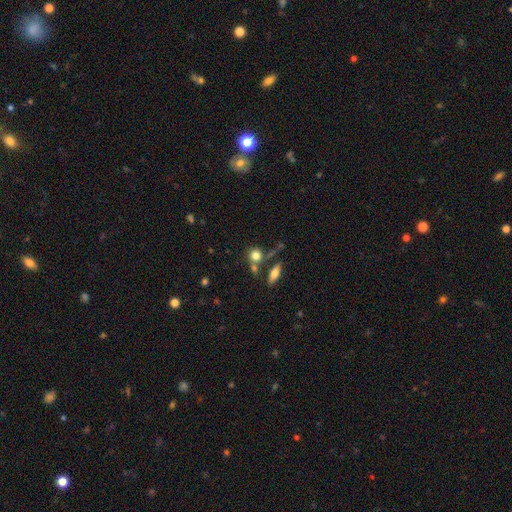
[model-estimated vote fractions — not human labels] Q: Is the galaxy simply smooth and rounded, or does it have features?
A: smooth — 76%.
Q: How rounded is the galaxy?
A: round — 81%.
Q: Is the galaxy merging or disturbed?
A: none — 56%.